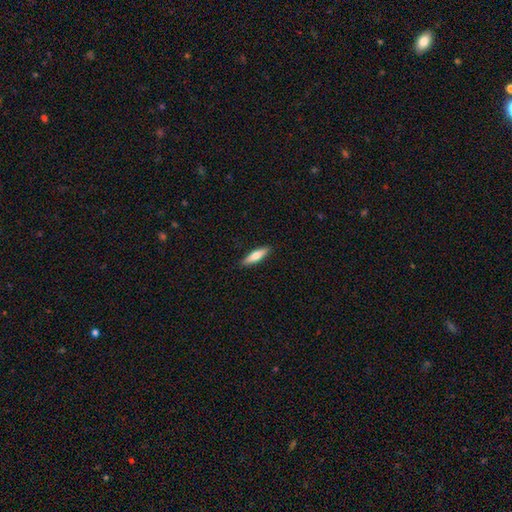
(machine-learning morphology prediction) Overall: smooth (68%). How rounded: cigar-shaped (70%). Merging: none (90%).